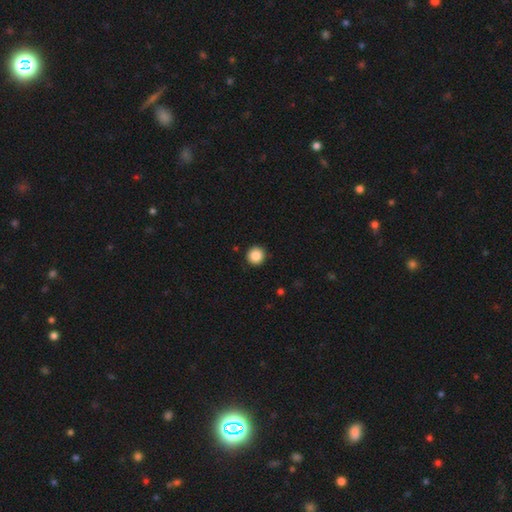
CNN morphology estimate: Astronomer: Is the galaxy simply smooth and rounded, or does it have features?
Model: smooth — 87%.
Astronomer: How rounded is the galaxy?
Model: round — 95%.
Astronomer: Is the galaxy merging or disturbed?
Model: none — 92%.